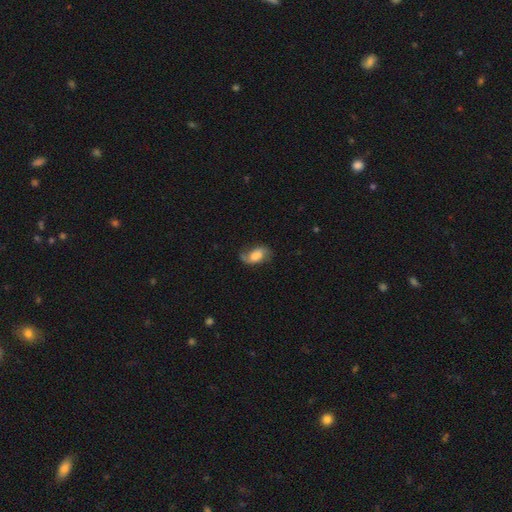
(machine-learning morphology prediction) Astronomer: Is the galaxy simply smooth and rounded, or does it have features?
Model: smooth — 54% (runner-up: featured or disk, 37%).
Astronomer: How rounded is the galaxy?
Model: in between — 89%.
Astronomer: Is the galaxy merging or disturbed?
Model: none — 51% (runner-up: minor disturbance, 29%).